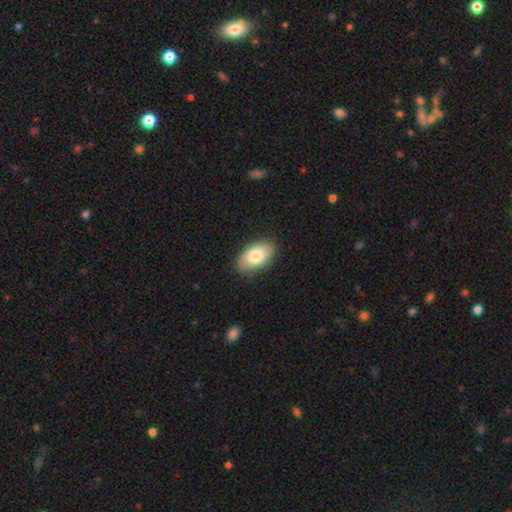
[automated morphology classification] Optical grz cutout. It shows a smooth galaxy with no disk features (80%) that is in between round and cigar-shaped (94%). Merging: none (85%).